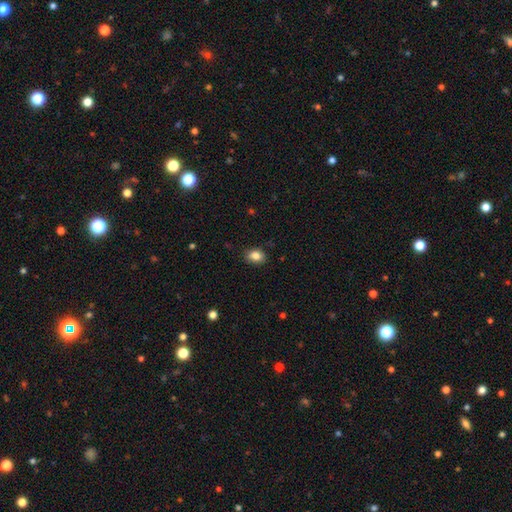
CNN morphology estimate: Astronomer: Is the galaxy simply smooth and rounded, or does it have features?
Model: smooth — 84%.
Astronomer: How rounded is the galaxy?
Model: in between — 69%.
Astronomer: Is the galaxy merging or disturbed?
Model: none — 85%.